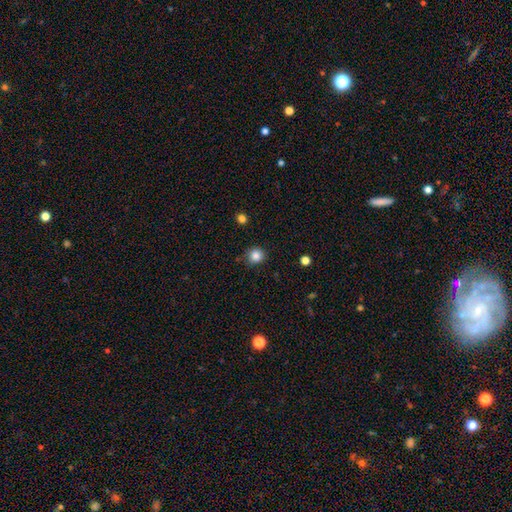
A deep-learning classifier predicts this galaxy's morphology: Smooth or featured? smooth (85%)
How rounded? round (90%)
Merging? none (84%)